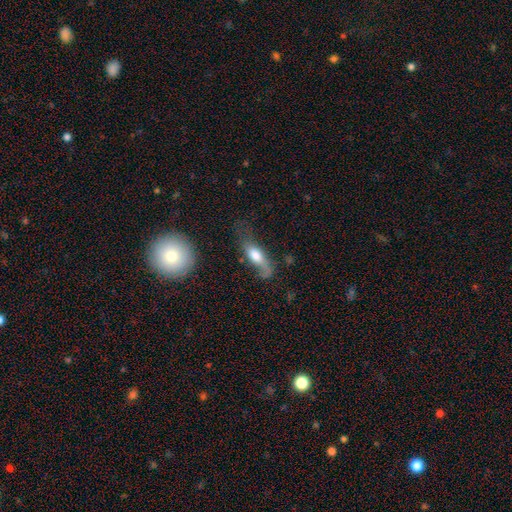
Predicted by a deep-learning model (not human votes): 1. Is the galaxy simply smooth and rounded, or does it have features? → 59% smooth, 34% featured or disk, 8% star or artifact.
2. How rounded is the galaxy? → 63% in between, 33% cigar-shaped, 4% round.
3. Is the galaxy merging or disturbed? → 38% none, 28% major disturbance, 28% minor disturbance, 5% merger.